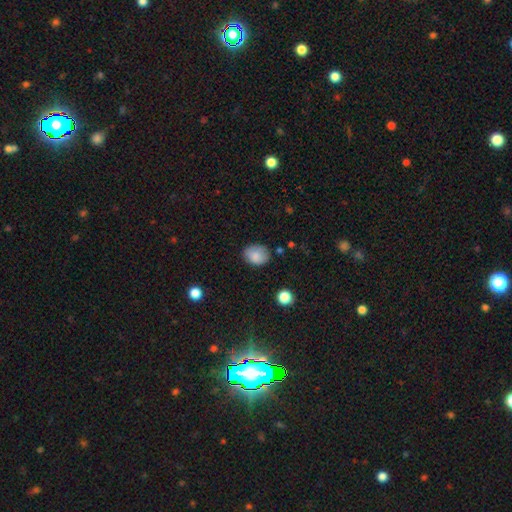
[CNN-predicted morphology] Q: Smooth or featured?
A: smooth (85%); runner-up: star or artifact (9%)
Q: How rounded?
A: in between (56%); runner-up: round (43%)
Q: Merging?
A: none (75%); runner-up: minor disturbance (19%)